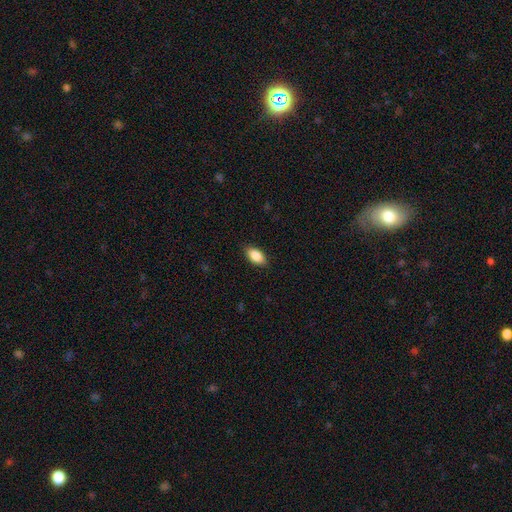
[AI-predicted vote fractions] Overall: smooth (87%). How rounded: in between (91%). Merging: none (86%).